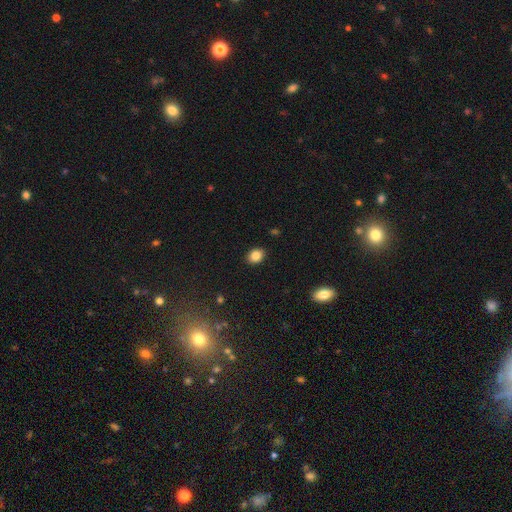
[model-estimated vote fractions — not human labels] Q: Smooth or featured?
A: smooth (86%); runner-up: star or artifact (9%)
Q: How rounded?
A: in between (56%); runner-up: round (43%)
Q: Merging?
A: none (90%); runner-up: minor disturbance (7%)